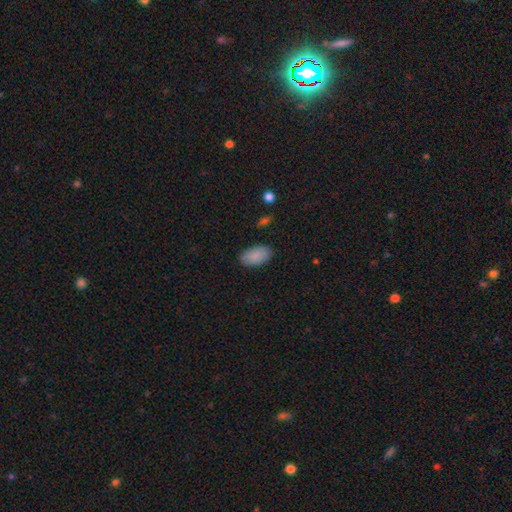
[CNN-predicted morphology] Smooth or featured?
  - smooth: 88% *
  - star or artifact: 6%
  - featured or disk: 5%
How rounded?
  - in between: 94% *
  - round: 4%
  - cigar-shaped: 2%
Merging?
  - none: 87% *
  - minor disturbance: 9%
  - major disturbance: 2%
  - merger: 1%